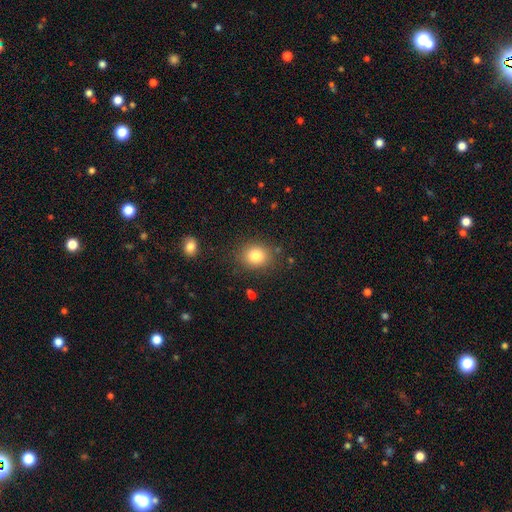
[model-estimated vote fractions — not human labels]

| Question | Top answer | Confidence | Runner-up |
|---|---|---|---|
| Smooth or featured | smooth | 82% | star or artifact (10%) |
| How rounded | round | 63% | in between (37%) |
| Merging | none | 84% | minor disturbance (10%) |